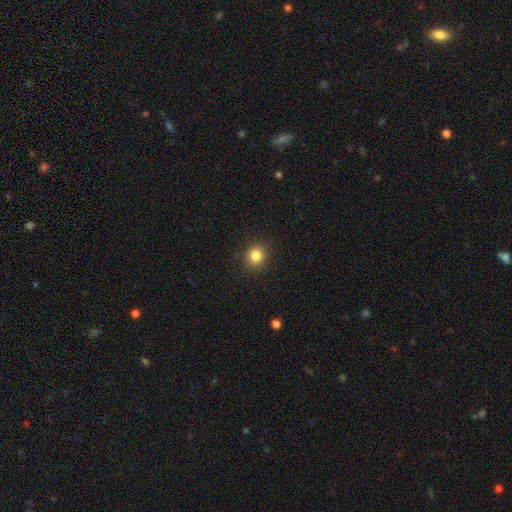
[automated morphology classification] Smooth or featured? smooth (84%)
How rounded? round (86%)
Merging? none (90%)